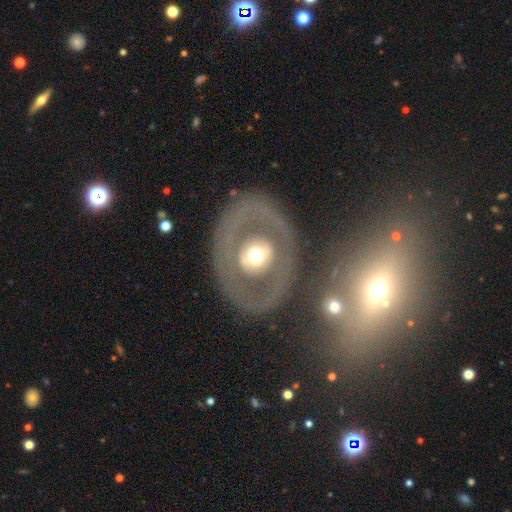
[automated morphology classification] type=featured or disk (62%); edge-on=no (93%); bar=no (79%); spiral arms=no (81%); bulge=moderate (66%); merging=none (76%).